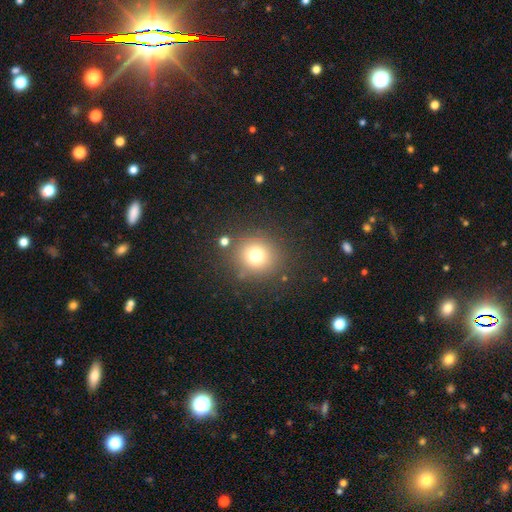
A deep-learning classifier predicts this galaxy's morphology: A smooth galaxy with no disk features (72%) that is round (89%). Merging: none (84%).